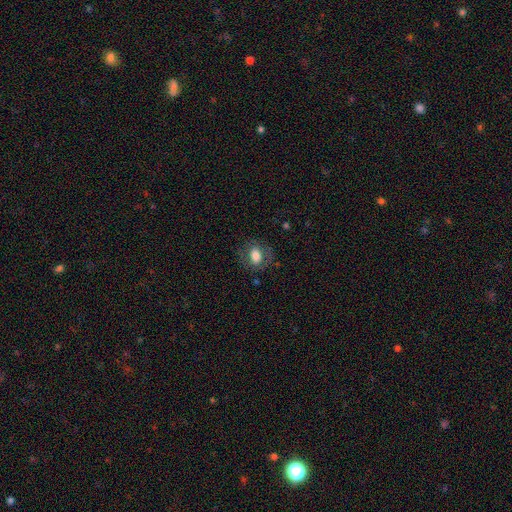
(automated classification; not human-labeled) Smooth or featured: smooth — 70% (featured or disk — 22%)
How rounded: in between — 63% (round — 35%)
Merging: none — 75% (minor disturbance — 15%)